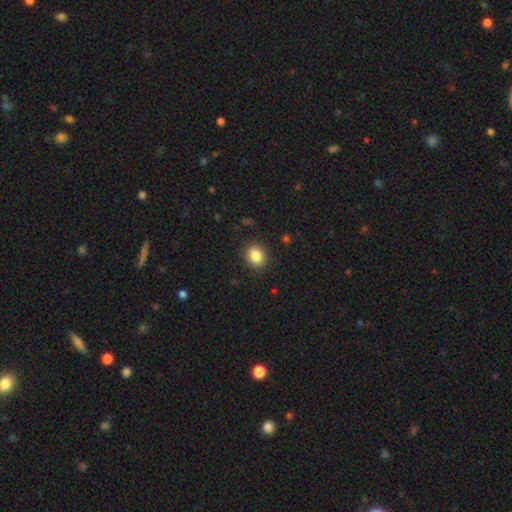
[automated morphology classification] The model was most divided on "how rounded": round: 73%, in between: 27%, cigar-shaped: 1%. More confident: merging — none (90%); smooth or featured — smooth (85%).